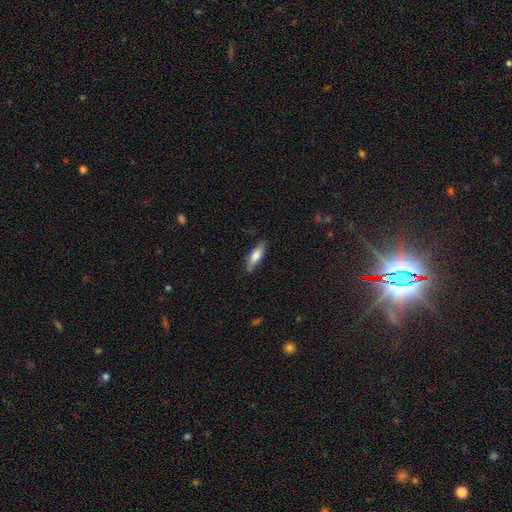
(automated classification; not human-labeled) smooth_or_featured: smooth (p=0.71) [alt: featured or disk p=0.23]
how_rounded: cigar-shaped (p=0.54) [alt: in between p=0.44]
merging: none (p=0.74) [alt: minor disturbance p=0.20]